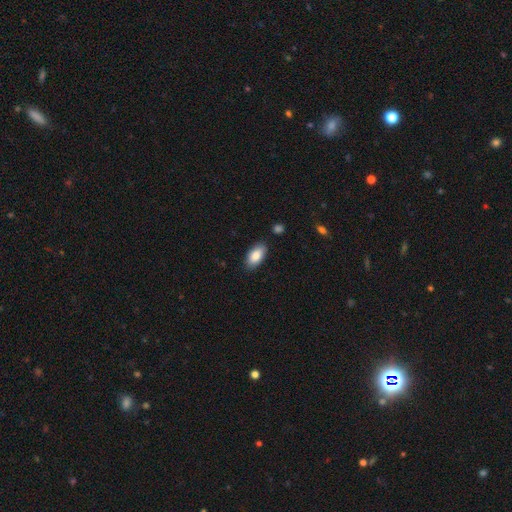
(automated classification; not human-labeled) This appears to be a smooth galaxy with no disk features (86%) that is in between round and cigar-shaped (93%). Merging: none (86%).